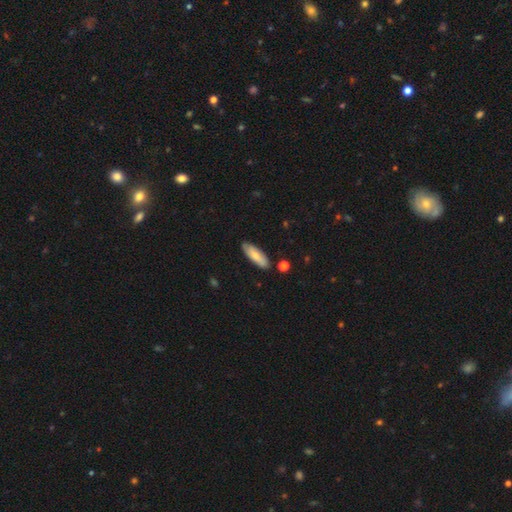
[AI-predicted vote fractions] Smooth or featured?
  - smooth: 78% *
  - featured or disk: 17%
  - star or artifact: 6%
How rounded?
  - in between: 54% *
  - cigar-shaped: 44%
  - round: 2%
Merging?
  - none: 84% *
  - minor disturbance: 12%
  - merger: 2%
  - major disturbance: 2%